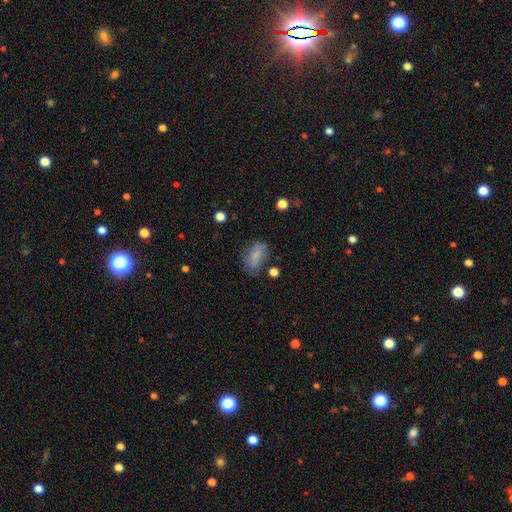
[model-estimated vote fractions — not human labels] Morphology: type=smooth (73%); roundness=in between (87%); merging=none (58%).